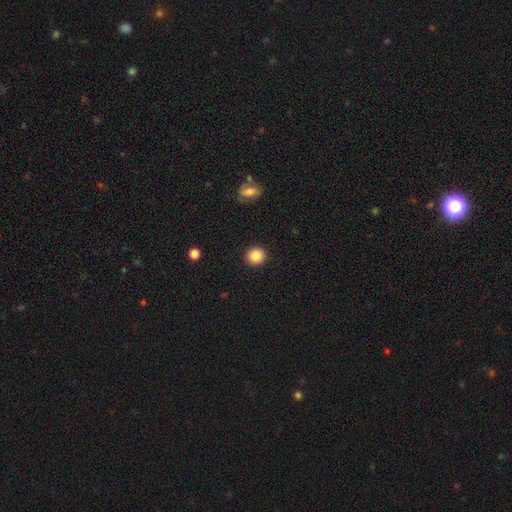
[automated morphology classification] type=smooth (86%); roundness=round (90%); merging=none (93%).